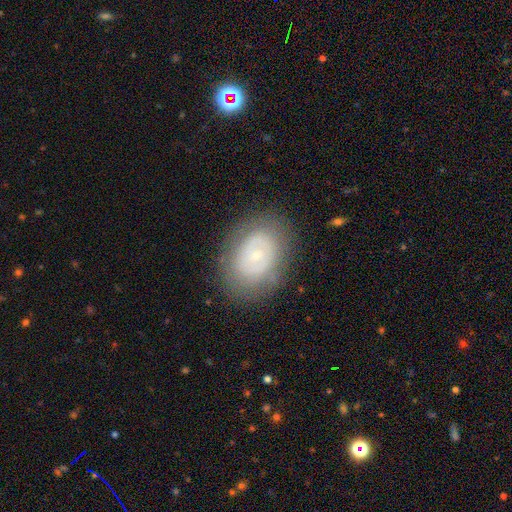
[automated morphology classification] Overall: featured or disk (46%; smooth 45%). Merging: none (81%).